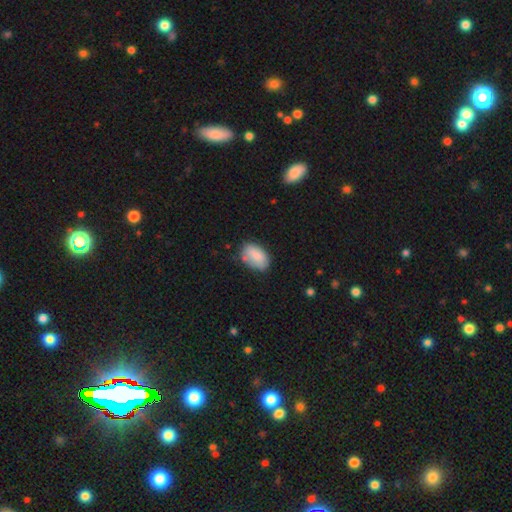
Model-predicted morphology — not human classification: smooth 82%, featured or disk 11%, star or artifact 7%. Down the decision tree: how rounded — in between (89%); merging — none (65%).